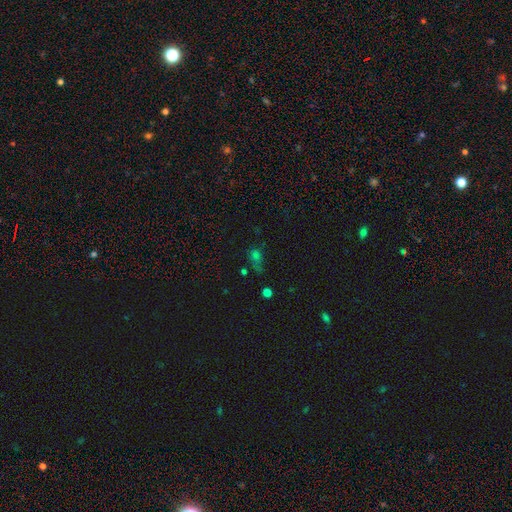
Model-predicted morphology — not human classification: Smooth or featured: smooth — 50% (star or artifact — 38%)
Merging: none — 44% (minor disturbance — 23%)